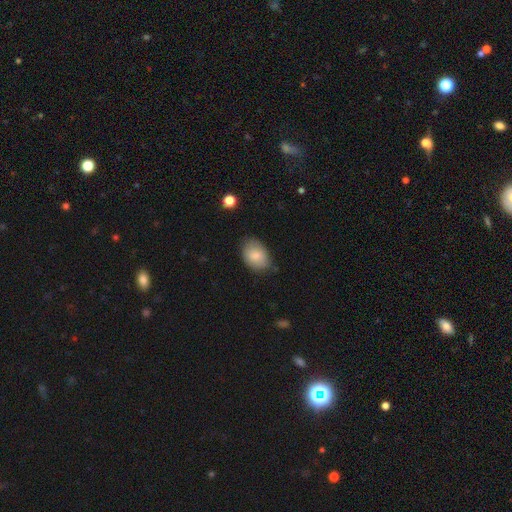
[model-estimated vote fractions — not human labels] Smooth or featured? smooth (81%)
How rounded? in between (76%)
Merging? none (72%)